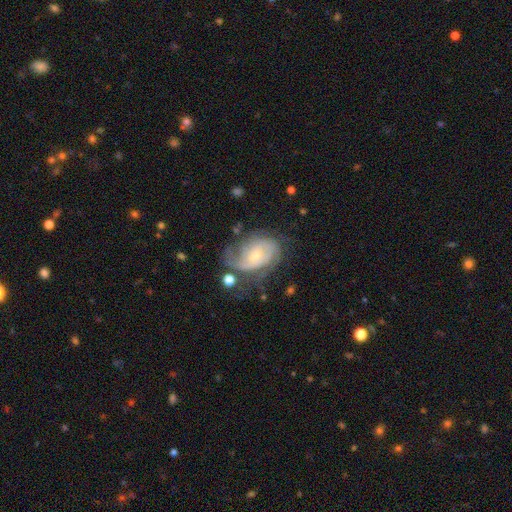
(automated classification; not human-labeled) Smooth or featured? Predicted: featured or disk (p=0.78). Edge-on disk? Predicted: no (p=0.97). Bar? Predicted: no (p=0.67). Spiral arms? Predicted: yes (p=0.90). Spiral winding? Predicted: tight (p=0.51). Spiral arm count? Predicted: can't tell (p=0.35). Bulge size? Predicted: small (p=0.66). Merging? Predicted: none (p=0.48).